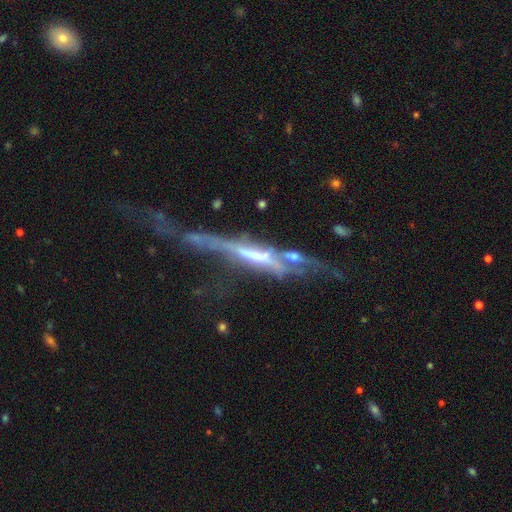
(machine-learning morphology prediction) Smooth or featured? Predicted: featured or disk (p=0.73). Edge-on disk? Predicted: yes (p=0.77). Edge-on bulge? Predicted: none (p=0.41). Merging? Predicted: major disturbance (p=0.32).